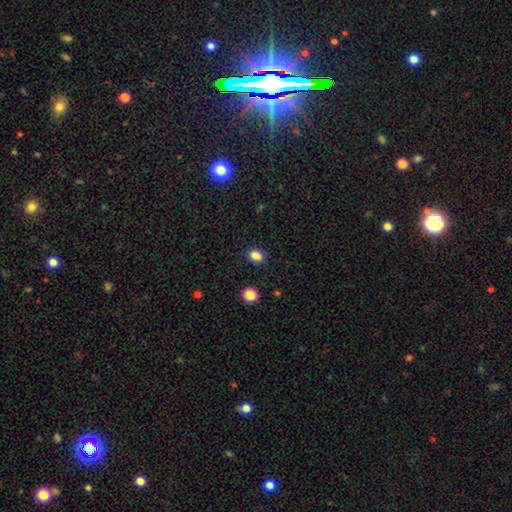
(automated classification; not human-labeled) A smooth galaxy with no disk features (84%) that is in between round and cigar-shaped (54%). Merging: none (87%).